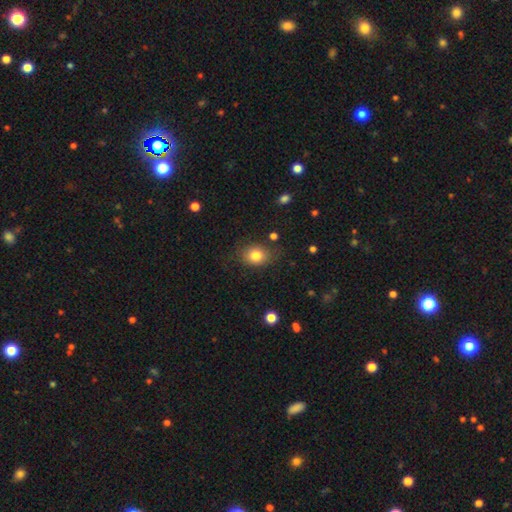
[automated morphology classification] The model was most divided on "how rounded": round: 53%, in between: 46%, cigar-shaped: 1%. More confident: smooth or featured — smooth (81%); merging — none (76%).